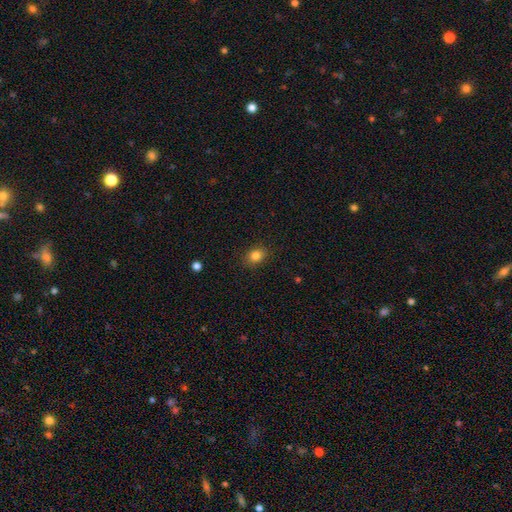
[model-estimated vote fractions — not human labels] Smooth or featured? Predicted: smooth (p=0.83). How rounded? Predicted: in between (p=0.54). Merging? Predicted: none (p=0.88).